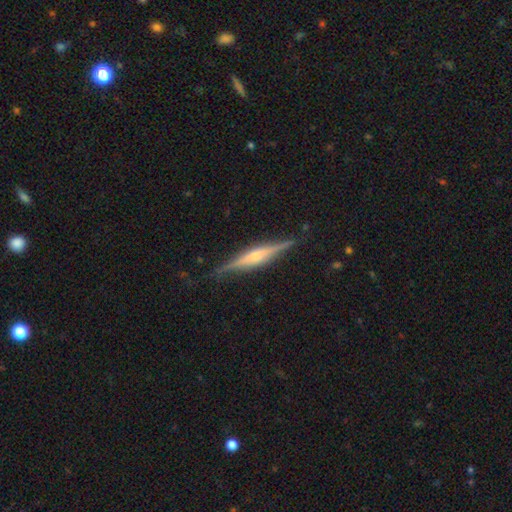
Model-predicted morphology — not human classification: Smooth or featured?
  - featured or disk: 75% *
  - smooth: 19%
  - star or artifact: 6%
Edge-on disk?
  - yes: 98% *
  - no: 2%
Edge-on bulge?
  - rounded: 63% *
  - boxy: 23%
  - none: 14%
Merging?
  - none: 86% *
  - minor disturbance: 10%
  - major disturbance: 2%
  - merger: 1%